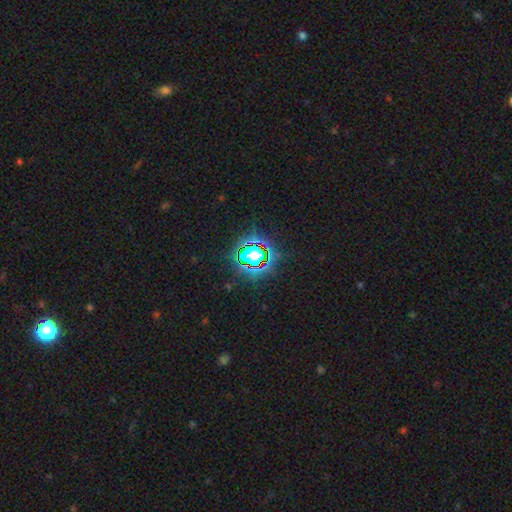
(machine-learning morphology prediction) star or artifact 81%, smooth 12%, featured or disk 7%.